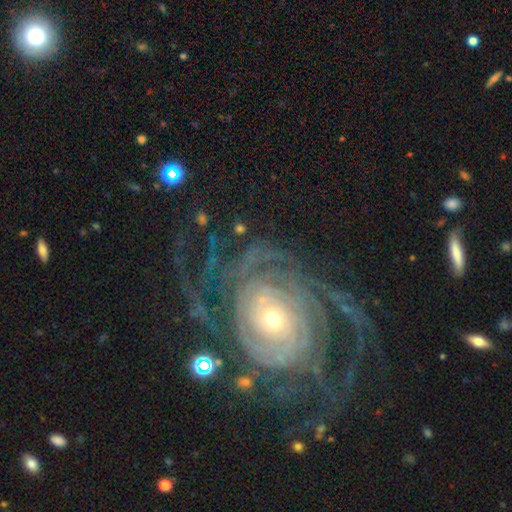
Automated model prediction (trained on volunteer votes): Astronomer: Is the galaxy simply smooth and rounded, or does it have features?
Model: featured or disk — 88%.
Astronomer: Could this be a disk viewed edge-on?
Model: no — 97%.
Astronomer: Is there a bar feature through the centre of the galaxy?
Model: no — 74%.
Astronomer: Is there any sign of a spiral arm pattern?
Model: yes — 96%.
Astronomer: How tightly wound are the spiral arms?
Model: tight — 71%.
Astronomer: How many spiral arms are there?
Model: can't tell — 26% (runner-up: more than 4, 20%).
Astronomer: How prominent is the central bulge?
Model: small — 60% (runner-up: moderate, 35%).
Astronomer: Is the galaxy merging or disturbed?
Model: none — 60%.